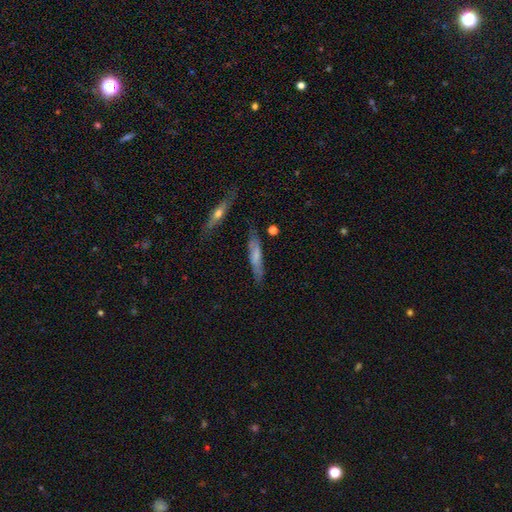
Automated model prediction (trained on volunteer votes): Q: Smooth or featured?
A: smooth (55%); runner-up: featured or disk (38%)
Q: How rounded?
A: cigar-shaped (85%); runner-up: in between (13%)
Q: Merging?
A: none (78%); runner-up: minor disturbance (16%)